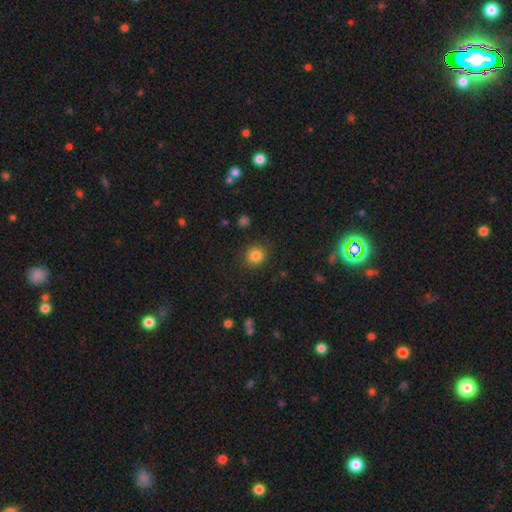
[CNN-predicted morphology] A smooth galaxy with no disk features (83%) that is round (84%). Merging: none (89%).